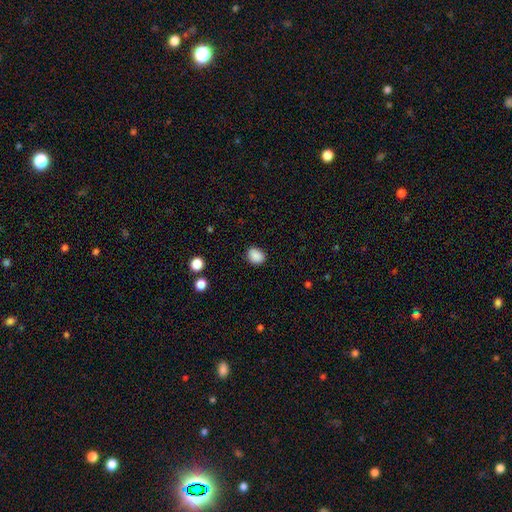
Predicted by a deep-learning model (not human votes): smooth_or_featured: smooth (p=0.88) [alt: star or artifact p=0.09]
how_rounded: in between (p=0.52) [alt: round p=0.48]
merging: none (p=0.84) [alt: minor disturbance p=0.11]